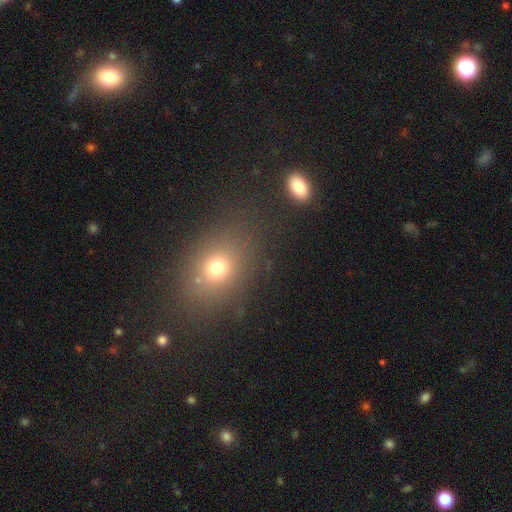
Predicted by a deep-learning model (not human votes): Smooth or featured?
  - smooth: 63% *
  - star or artifact: 25%
  - featured or disk: 12%
How rounded?
  - in between: 60% *
  - round: 37%
  - cigar-shaped: 3%
Merging?
  - none: 83% *
  - minor disturbance: 10%
  - major disturbance: 4%
  - merger: 3%